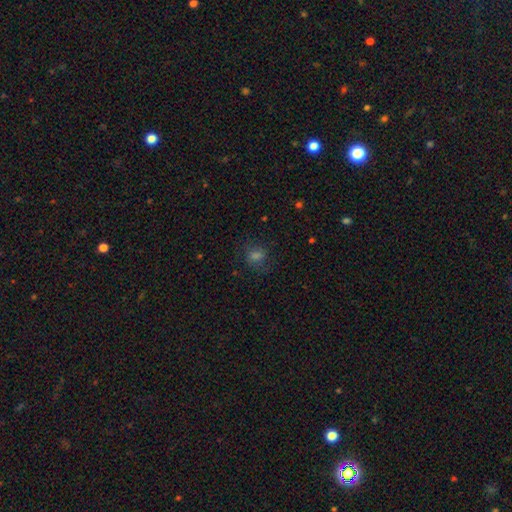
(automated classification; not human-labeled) smooth-or-featured: smooth: 60% | star or artifact: 26% | featured or disk: 14%
  how-rounded: round: 60% | in between: 38% | cigar-shaped: 2%
  merging: none: 74% | minor disturbance: 16% | major disturbance: 9% | merger: 1%